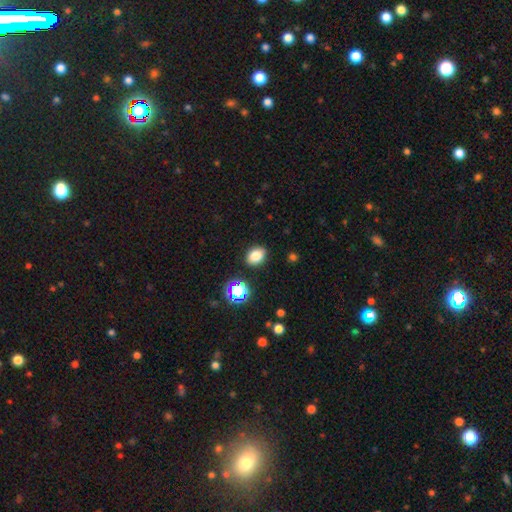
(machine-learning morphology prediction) Smooth or featured?
  - smooth: 79% *
  - star or artifact: 14%
  - featured or disk: 7%
How rounded?
  - in between: 68% *
  - round: 31%
  - cigar-shaped: 1%
Merging?
  - none: 86% *
  - minor disturbance: 9%
  - major disturbance: 3%
  - merger: 2%